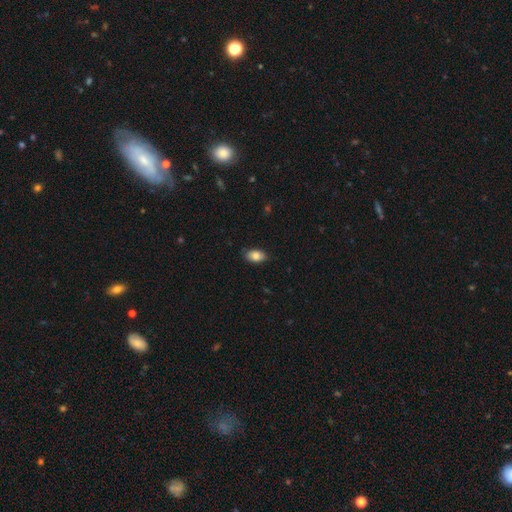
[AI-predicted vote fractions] Smooth or featured: smooth — 84% (featured or disk — 9%)
How rounded: in between — 92% (round — 6%)
Merging: none — 84% (minor disturbance — 12%)